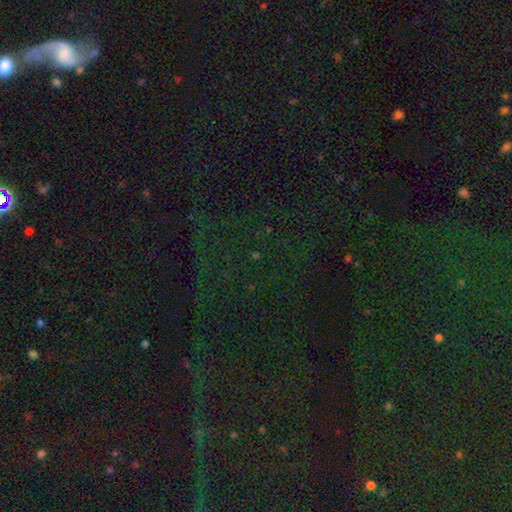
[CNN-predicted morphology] Smooth or featured: star or artifact — 77% (smooth — 14%)